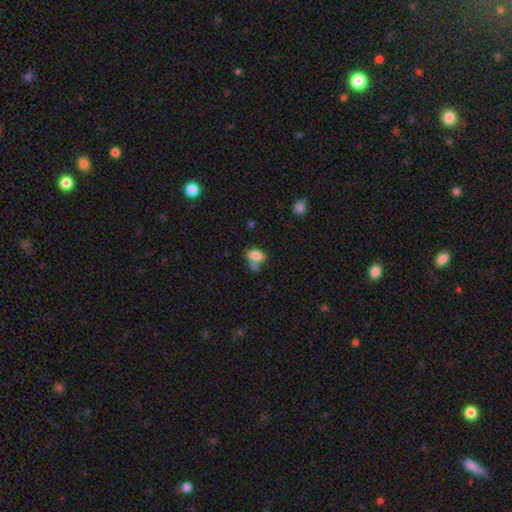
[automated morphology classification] type=smooth (81%); roundness=in between (87%); merging=none (46%).